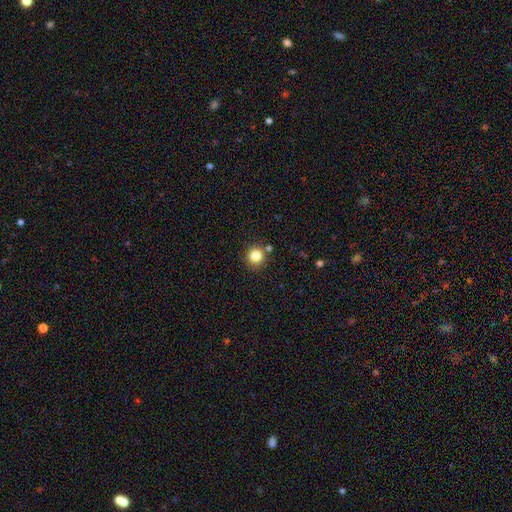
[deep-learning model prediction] A smooth galaxy with no disk features (83%) that is round (93%). Merging: none (85%).